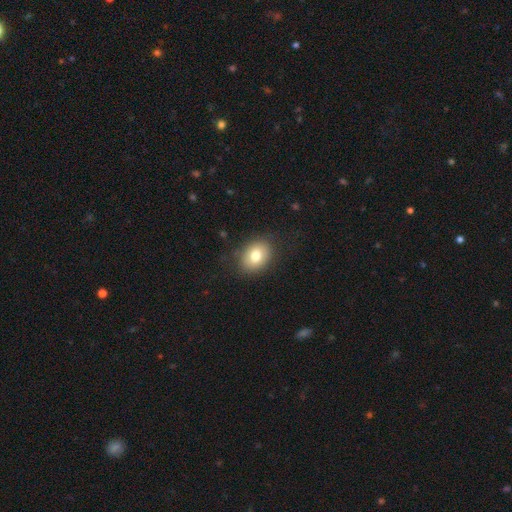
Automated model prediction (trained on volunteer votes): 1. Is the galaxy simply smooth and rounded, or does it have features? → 78% smooth, 13% featured or disk, 9% star or artifact.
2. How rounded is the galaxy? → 64% in between, 36% round, 1% cigar-shaped.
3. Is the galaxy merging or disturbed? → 85% none, 10% minor disturbance, 4% major disturbance, 1% merger.